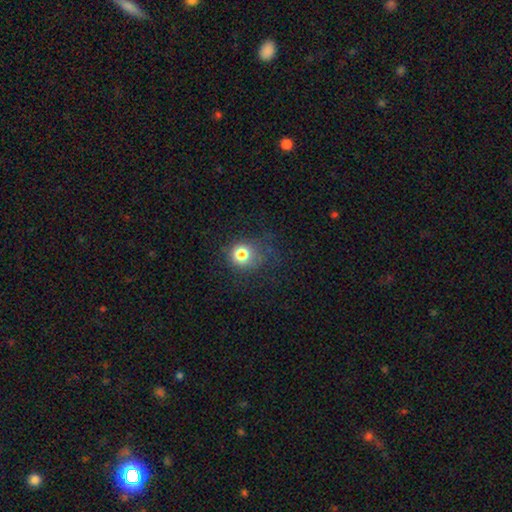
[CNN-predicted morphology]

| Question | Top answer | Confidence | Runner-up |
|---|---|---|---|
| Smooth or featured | smooth | 64% | star or artifact (28%) |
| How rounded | round | 87% | in between (12%) |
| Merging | none | 77% | minor disturbance (14%) |